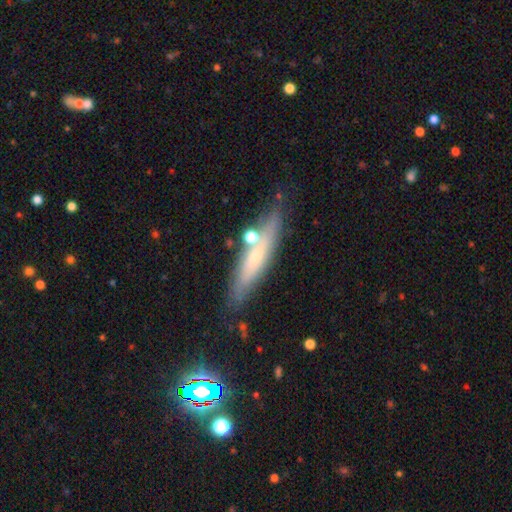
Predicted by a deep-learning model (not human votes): Q: Smooth or featured?
A: smooth (48%); runner-up: featured or disk (43%)
Q: Merging?
A: none (74%); runner-up: minor disturbance (15%)